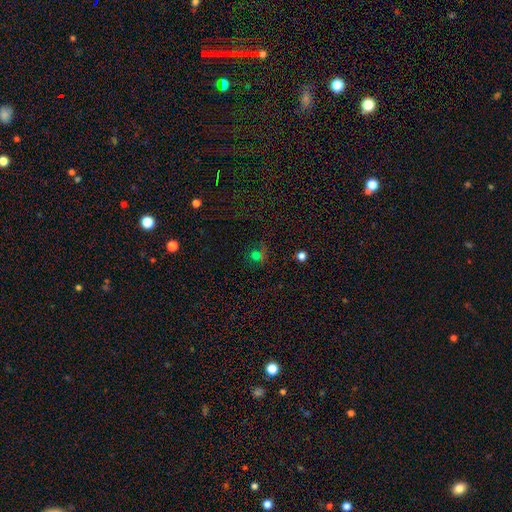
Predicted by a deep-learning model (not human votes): A smooth galaxy with no disk features (48%).

Vote fractions:
- Smooth or featured? smooth: 48% / star or artifact: 37% / featured or disk: 16%
- Merging? none: 51% / major disturbance: 19% / minor disturbance: 16% / merger: 14%